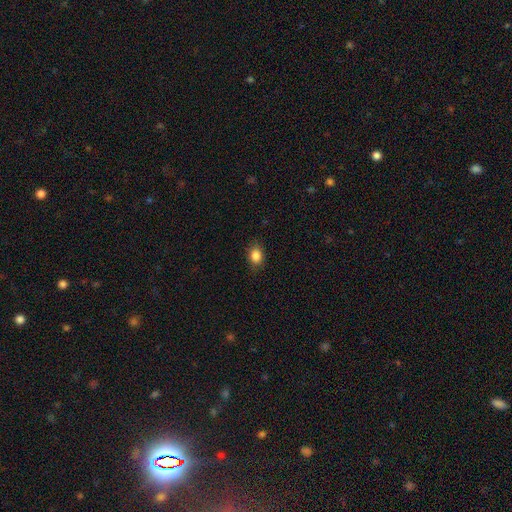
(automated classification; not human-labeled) smooth_or_featured: smooth (p=0.85) [alt: star or artifact p=0.10]
how_rounded: in between (p=0.56) [alt: round p=0.42]
merging: none (p=0.84) [alt: minor disturbance p=0.12]